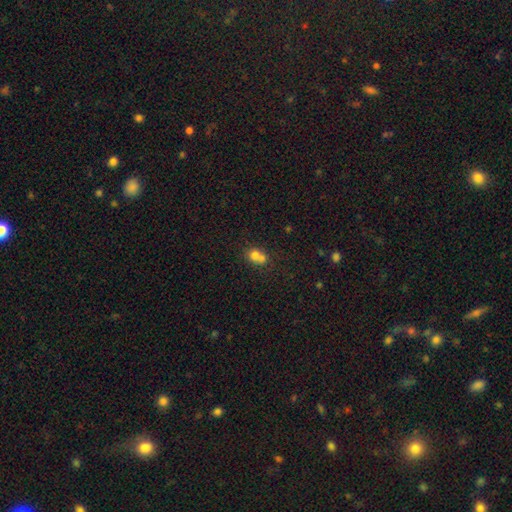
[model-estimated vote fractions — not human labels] A smooth galaxy with no disk features (72%) that is round (67%).

Vote fractions:
- Smooth or featured? smooth: 72% / featured or disk: 16% / star or artifact: 12%
- How rounded? round: 67% / in between: 32% / cigar-shaped: 1%
- Merging? merger: 60% / none: 29% / minor disturbance: 8% / major disturbance: 3%